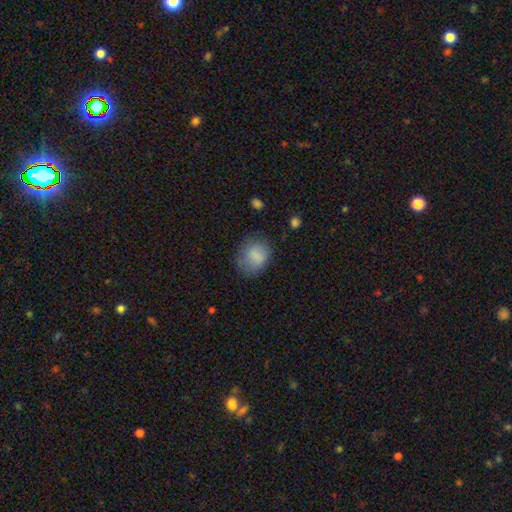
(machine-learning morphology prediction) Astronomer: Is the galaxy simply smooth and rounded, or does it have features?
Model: smooth — 82%.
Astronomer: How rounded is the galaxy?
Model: round — 67%.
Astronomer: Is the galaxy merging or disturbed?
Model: none — 68%.